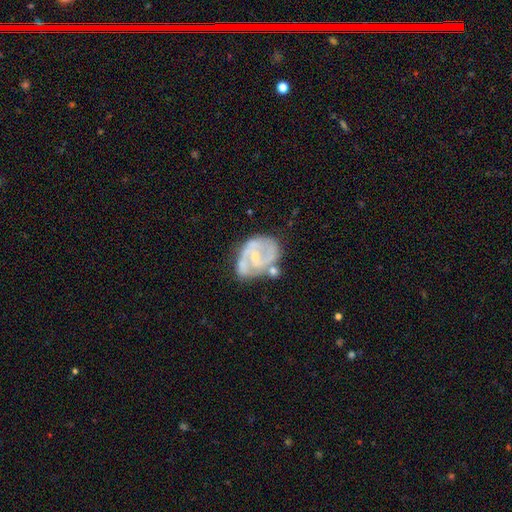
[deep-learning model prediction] Morphology: type=featured or disk (82%); edge-on=no (97%); bar=weak (45%); spiral arms=yes (89%); winding=medium (49%); arm count=2 (72%); bulge=small (64%); merging=none (48%).